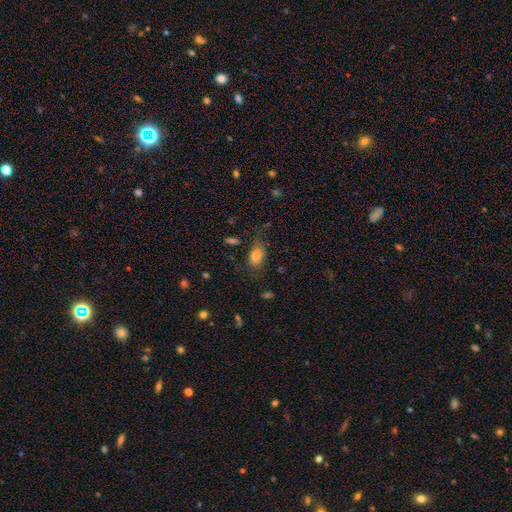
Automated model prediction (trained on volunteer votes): The model was most divided on "merging": none: 58%, minor disturbance: 26%, major disturbance: 13%, merger: 3%. More confident: how rounded — in between (81%); smooth or featured — smooth (77%).